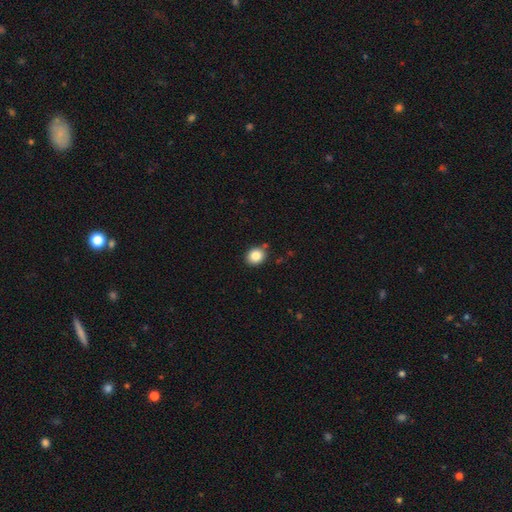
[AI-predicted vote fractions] Smooth or featured? Predicted: smooth (p=0.84). How rounded? Predicted: round (p=0.66). Merging? Predicted: none (p=0.83).